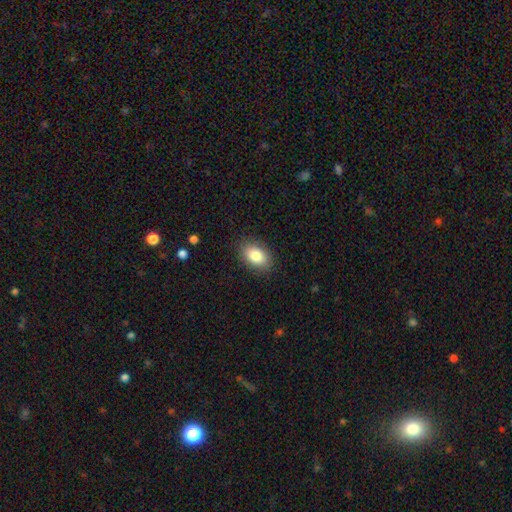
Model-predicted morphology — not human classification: Smooth or featured: smooth — 84% (featured or disk — 9%)
How rounded: in between — 87% (round — 12%)
Merging: none — 87% (minor disturbance — 9%)